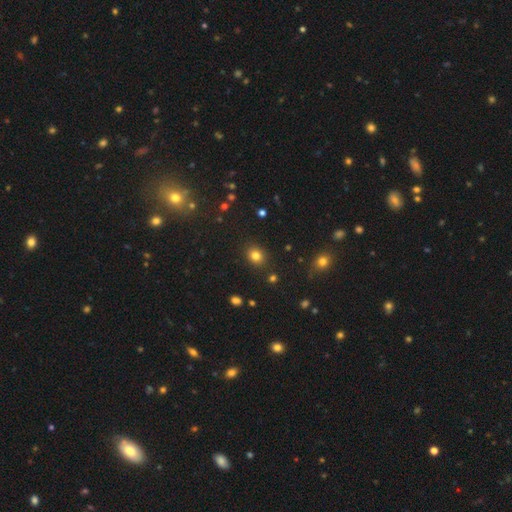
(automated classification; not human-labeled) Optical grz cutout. It shows a smooth galaxy with no disk features (80%) that is round (66%). Merging: none (88%).